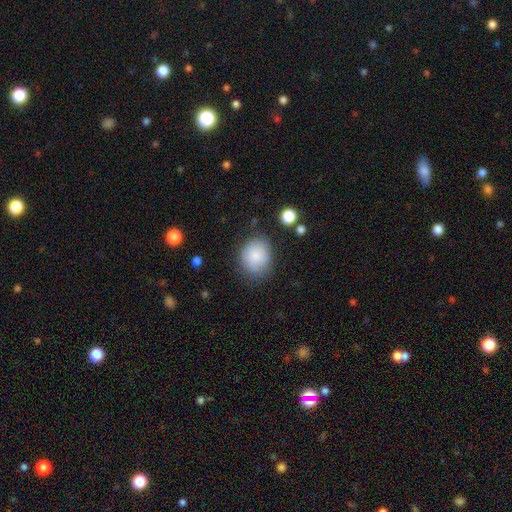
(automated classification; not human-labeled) smooth-or-featured: smooth: 84% | featured or disk: 8% | star or artifact: 8%
  how-rounded: round: 67% | in between: 32% | cigar-shaped: 1%
  merging: none: 71% | minor disturbance: 20% | major disturbance: 6% | merger: 3%